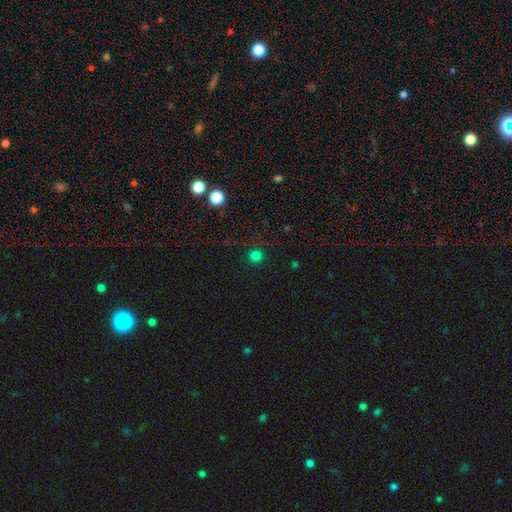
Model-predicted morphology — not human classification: smooth-or-featured: smooth: 78% | star or artifact: 19% | featured or disk: 4%
  how-rounded: round: 95% | in between: 5% | cigar-shaped: 1%
  merging: none: 89% | minor disturbance: 7% | major disturbance: 3% | merger: 1%